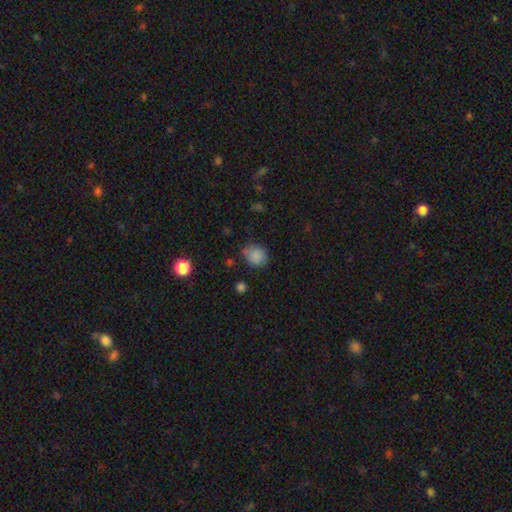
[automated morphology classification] Smooth or featured? Predicted: smooth (p=0.83). How rounded? Predicted: round (p=0.79). Merging? Predicted: none (p=0.70).